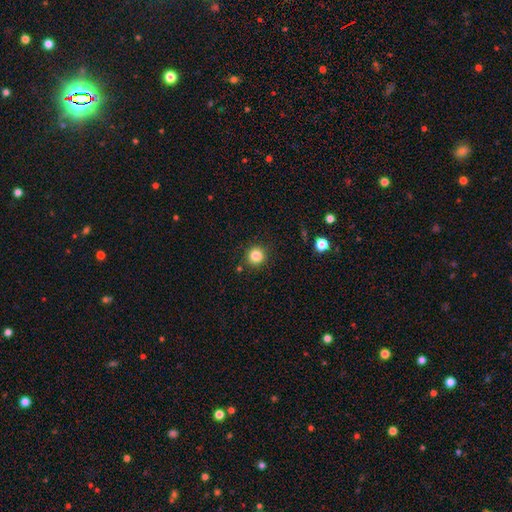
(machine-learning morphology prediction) Smooth or featured?
  - smooth: 84% *
  - star or artifact: 11%
  - featured or disk: 5%
How rounded?
  - round: 92% *
  - in between: 7%
  - cigar-shaped: 1%
Merging?
  - none: 88% *
  - minor disturbance: 7%
  - major disturbance: 2%
  - merger: 2%